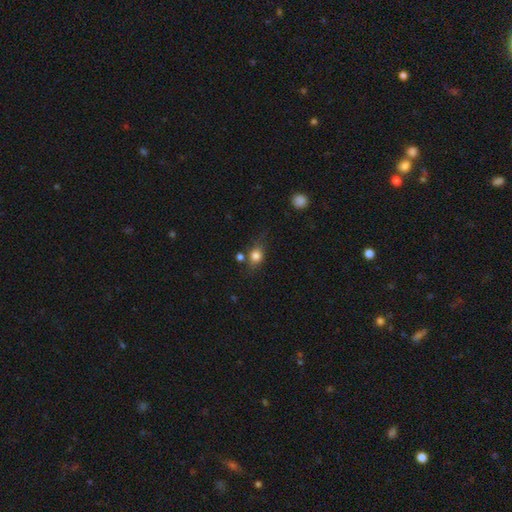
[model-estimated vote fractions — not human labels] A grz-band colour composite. It shows a smooth galaxy with no disk features (79%) that is round (51%). Merging: none (65%).